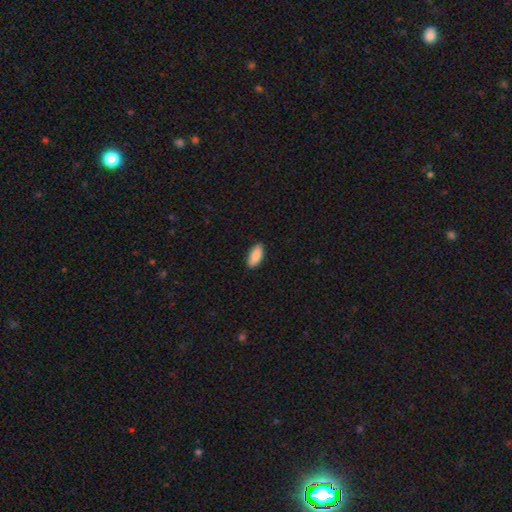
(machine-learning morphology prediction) The model was most divided on "how rounded": in between: 87%, cigar-shaped: 11%, round: 2%. More confident: smooth or featured — smooth (89%); merging — none (88%).